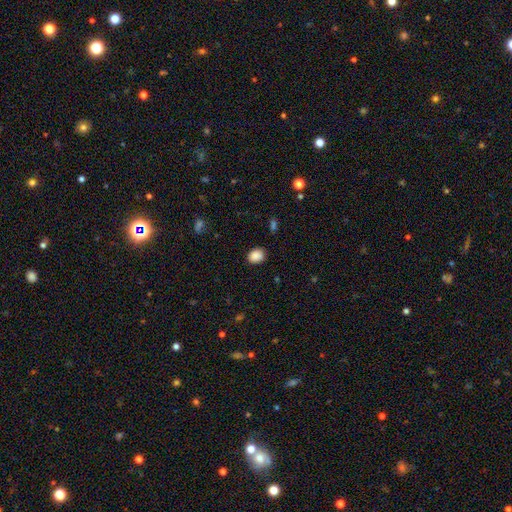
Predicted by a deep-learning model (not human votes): Smooth or featured? Predicted: smooth (p=0.88). How rounded? Predicted: round (p=0.50). Merging? Predicted: none (p=0.85).